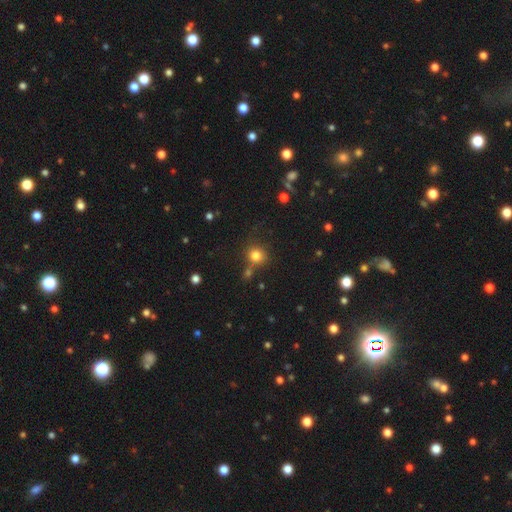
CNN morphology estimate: The model was most divided on "merging": none: 69%, merger: 14%, minor disturbance: 12%, major disturbance: 5%. More confident: how rounded — round (87%); smooth or featured — smooth (79%).